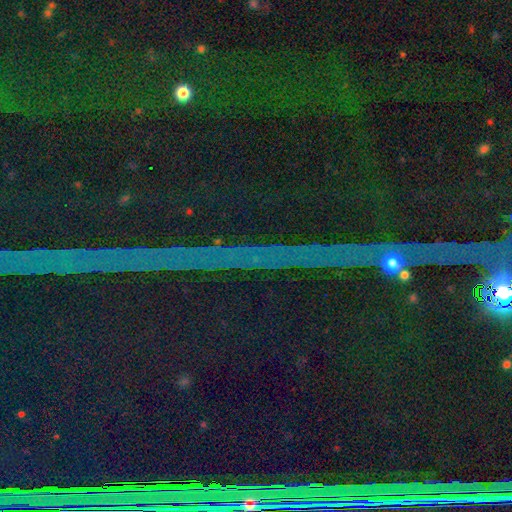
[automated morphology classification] Smooth or featured: star or artifact — 86% (smooth — 7%)